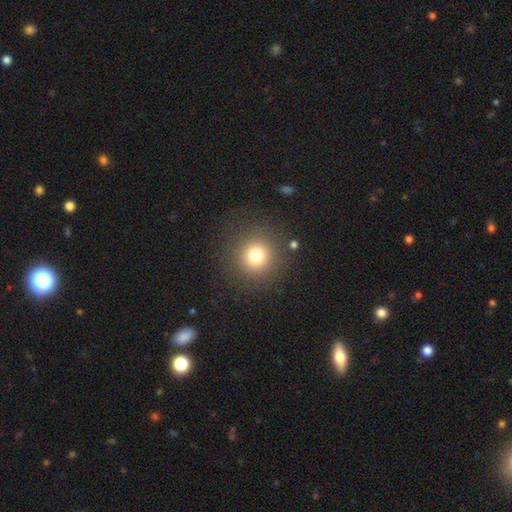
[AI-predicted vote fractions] A smooth galaxy with no disk features (76%) that is round (94%). Merging: none (87%).